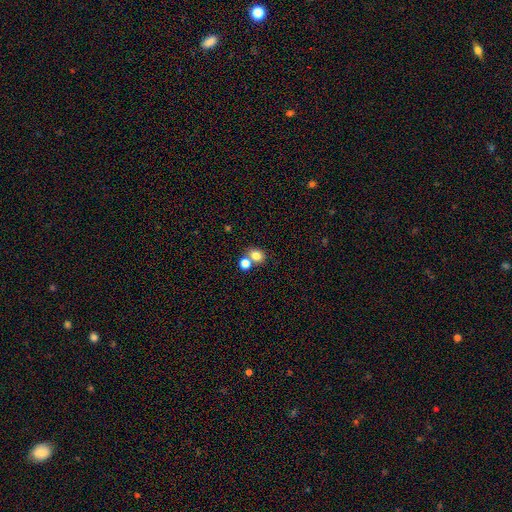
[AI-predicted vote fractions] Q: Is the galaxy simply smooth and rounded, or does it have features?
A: smooth — 79%.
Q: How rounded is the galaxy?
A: round — 66%.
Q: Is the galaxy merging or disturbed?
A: none — 55%.